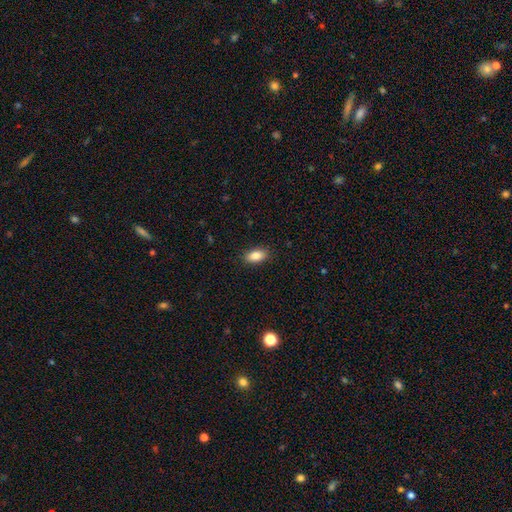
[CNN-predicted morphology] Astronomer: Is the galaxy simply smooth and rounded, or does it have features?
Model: smooth — 87%.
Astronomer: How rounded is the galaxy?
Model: in between — 90%.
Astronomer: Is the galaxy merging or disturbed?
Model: none — 88%.